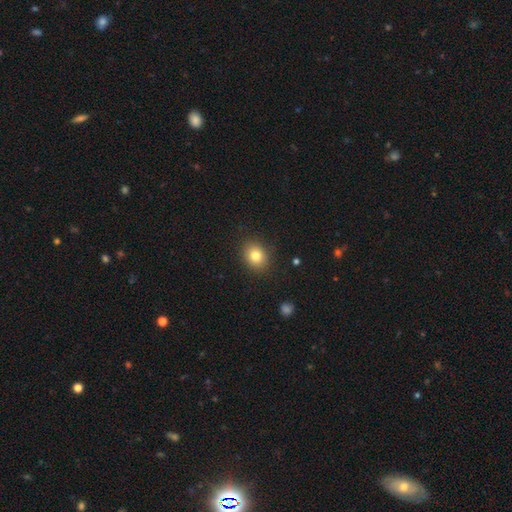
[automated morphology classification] Overall: smooth (80%). How rounded: round (62%; in between 38%). Merging: none (88%).